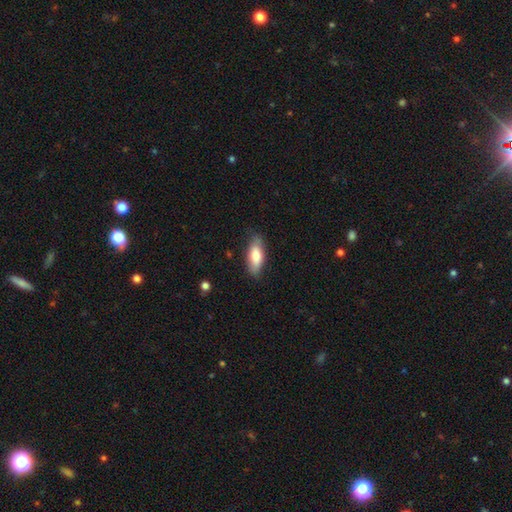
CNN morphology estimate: Smooth or featured?
  - smooth: 76% *
  - featured or disk: 18%
  - star or artifact: 6%
How rounded?
  - in between: 77% *
  - cigar-shaped: 21%
  - round: 2%
Merging?
  - none: 79% *
  - minor disturbance: 16%
  - major disturbance: 3%
  - merger: 1%